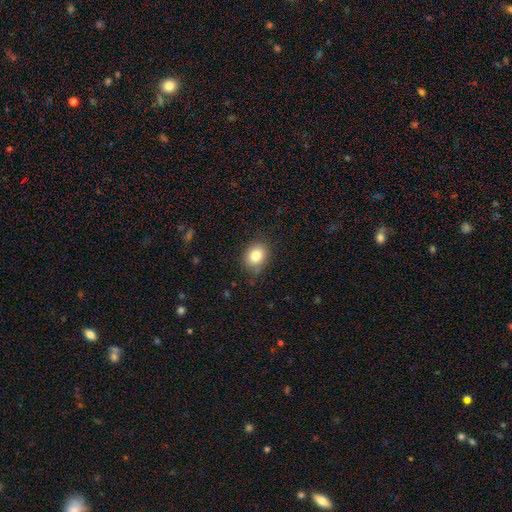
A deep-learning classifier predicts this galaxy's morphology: Q: Smooth or featured?
A: smooth (82%); runner-up: star or artifact (10%)
Q: How rounded?
A: in between (50%); runner-up: round (49%)
Q: Merging?
A: none (79%); runner-up: minor disturbance (16%)